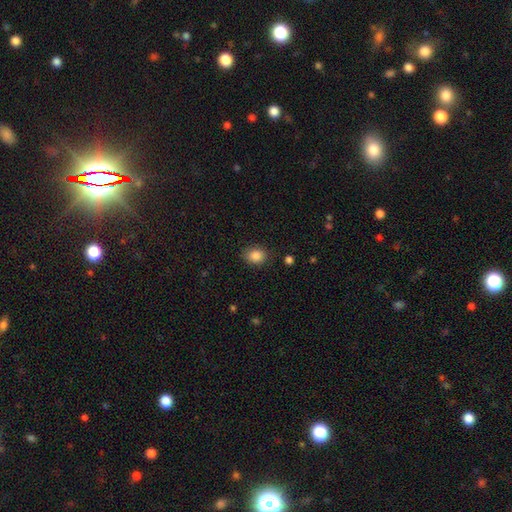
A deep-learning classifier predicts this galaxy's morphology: smooth_or_featured: smooth (p=0.86) [alt: star or artifact p=0.09]
how_rounded: in between (p=0.53) [alt: round p=0.46]
merging: none (p=0.81) [alt: minor disturbance p=0.14]